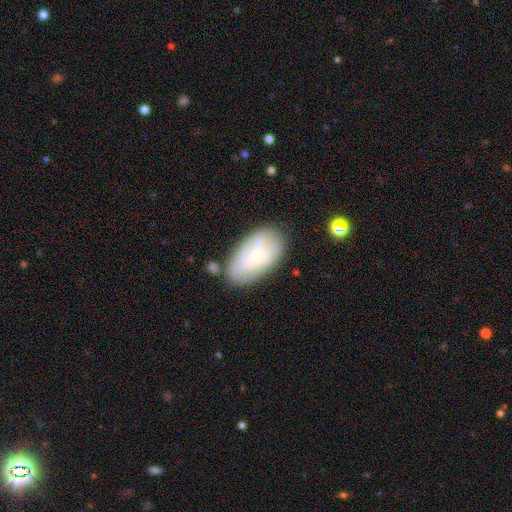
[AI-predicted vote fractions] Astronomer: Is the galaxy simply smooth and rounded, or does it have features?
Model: featured or disk — 55% (runner-up: smooth, 38%).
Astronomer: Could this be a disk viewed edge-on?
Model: no — 94%.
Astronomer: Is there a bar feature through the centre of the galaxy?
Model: no — 74%.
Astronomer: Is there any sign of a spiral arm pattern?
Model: yes — 74%.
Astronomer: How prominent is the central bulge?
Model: small — 68%.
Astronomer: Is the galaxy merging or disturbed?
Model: none — 70%.